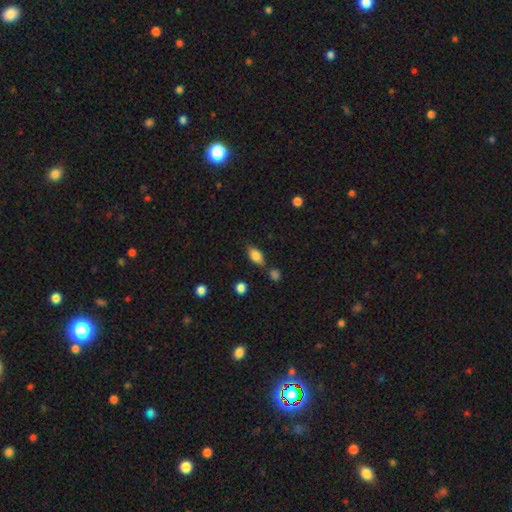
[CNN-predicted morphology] A smooth galaxy with no disk features (74%) that is in between round and cigar-shaped (82%). Merging: none (68%).